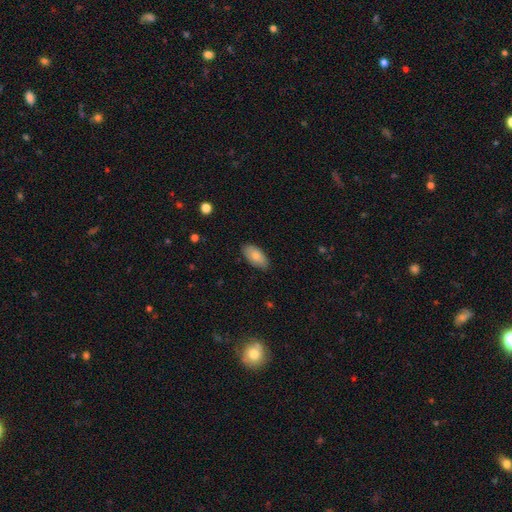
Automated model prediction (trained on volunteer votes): A smooth galaxy with no disk features (80%) that is in between round and cigar-shaped (93%).

Vote fractions:
- Smooth or featured? smooth: 80% / featured or disk: 14% / star or artifact: 6%
- How rounded? in between: 93% / cigar-shaped: 5% / round: 3%
- Merging? none: 84% / minor disturbance: 12% / major disturbance: 2% / merger: 1%